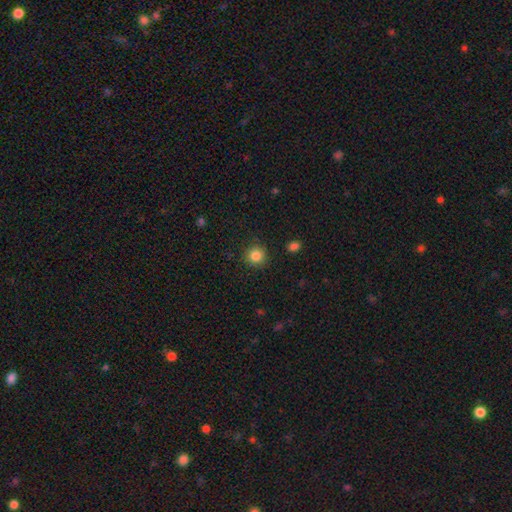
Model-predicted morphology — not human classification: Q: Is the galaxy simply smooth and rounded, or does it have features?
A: smooth — 85%.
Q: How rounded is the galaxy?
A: round — 92%.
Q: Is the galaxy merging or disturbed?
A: none — 88%.